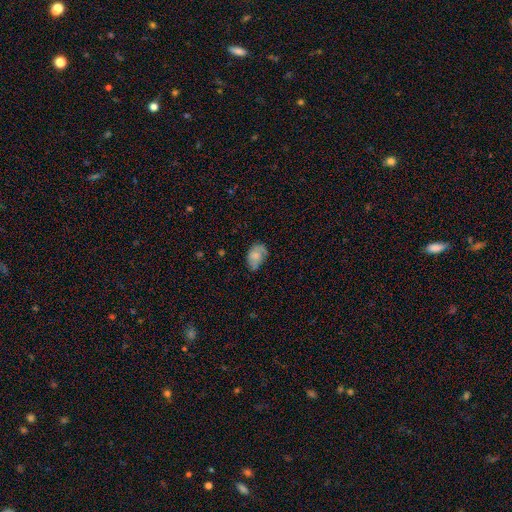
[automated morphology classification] A smooth galaxy with no disk features (60%) that is in between round and cigar-shaped (83%). Merging: none (47%).